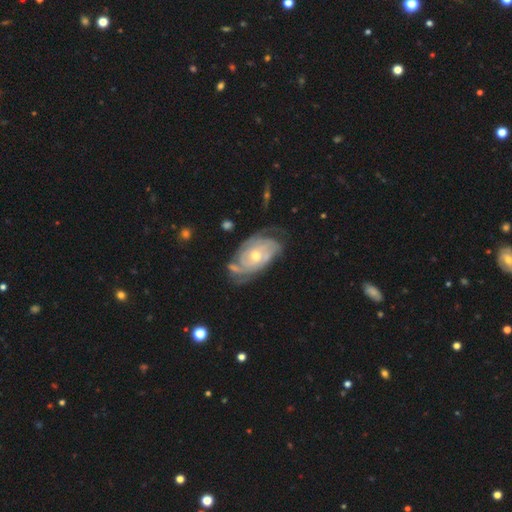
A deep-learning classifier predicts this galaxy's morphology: This is clearly a featured or disk galaxy (86%). It is clearly not viewed edge-on (96%). Bar: likely no (76%). Spiral arm pattern: clearly yes (94%). Spiral arm count: marginally can't tell (33%). Spiral winding: likely tight (70%). Central bulge: possibly moderate (59%). Merging: possibly none (59%).